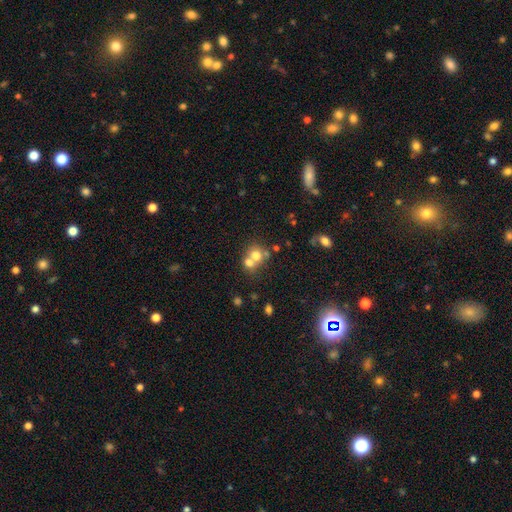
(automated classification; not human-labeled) Smooth or featured? Predicted: smooth (p=0.69). How rounded? Predicted: round (p=0.78). Merging? Predicted: merger (p=0.56).